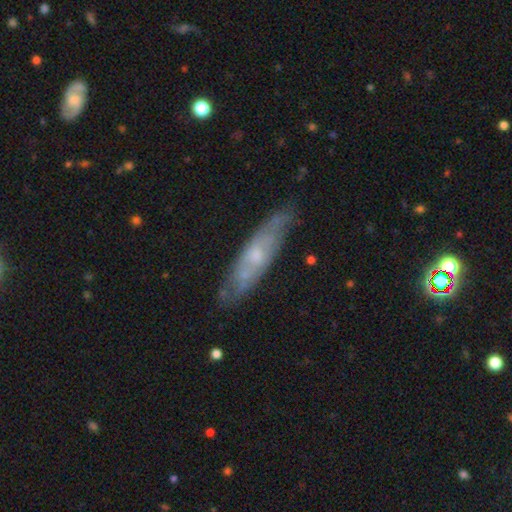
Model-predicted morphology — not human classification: Smooth or featured?
  - featured or disk: 60% *
  - smooth: 34%
  - star or artifact: 6%
Edge-on disk?
  - no: 55% *
  - yes: 45%
Merging?
  - none: 75% *
  - minor disturbance: 19%
  - major disturbance: 4%
  - merger: 2%